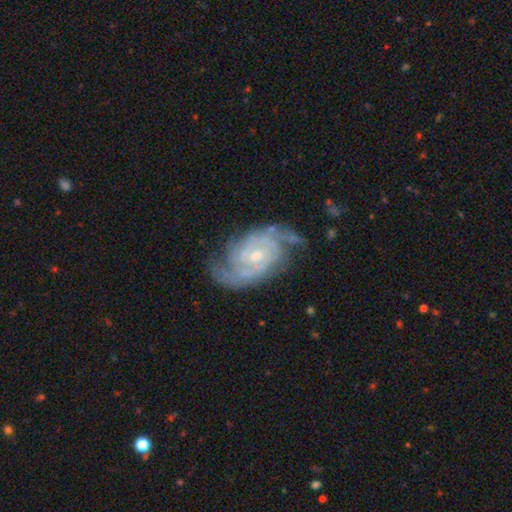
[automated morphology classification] Q: Smooth or featured?
A: featured or disk (89%); runner-up: smooth (6%)
Q: Edge-on disk?
A: no (97%); runner-up: yes (3%)
Q: Bar?
A: no (55%); runner-up: weak (38%)
Q: Spiral arms?
A: yes (97%); runner-up: no (3%)
Q: Spiral winding?
A: tight (50%); runner-up: medium (39%)
Q: Spiral arm count?
A: 2 (63%); runner-up: can't tell (14%)
Q: Bulge size?
A: small (55%); runner-up: moderate (41%)
Q: Merging?
A: none (68%); runner-up: minor disturbance (20%)